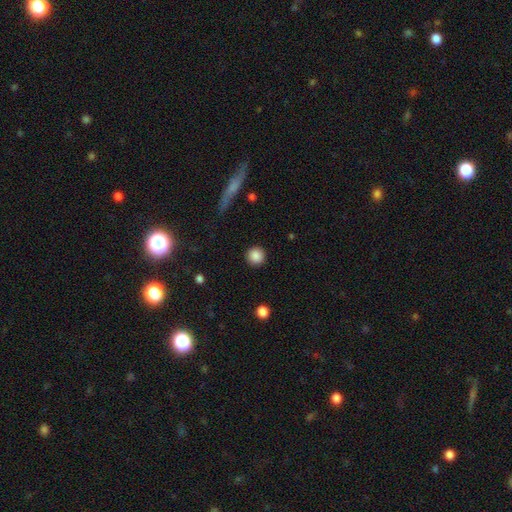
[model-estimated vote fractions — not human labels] Smooth or featured: smooth — 88% (star or artifact — 9%)
How rounded: round — 94% (in between — 5%)
Merging: none — 91% (minor disturbance — 5%)